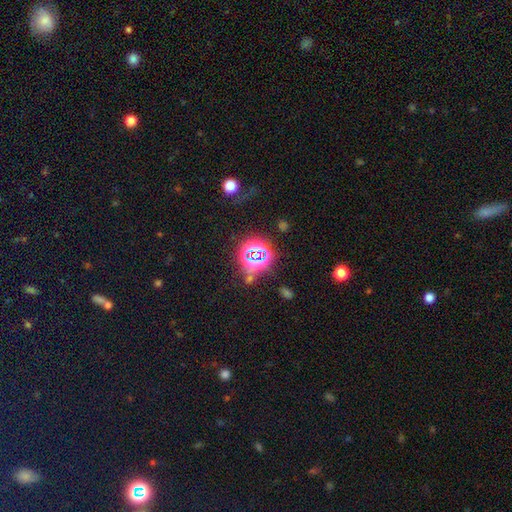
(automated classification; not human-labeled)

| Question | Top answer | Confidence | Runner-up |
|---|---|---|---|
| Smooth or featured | star or artifact | 76% | smooth (15%) |